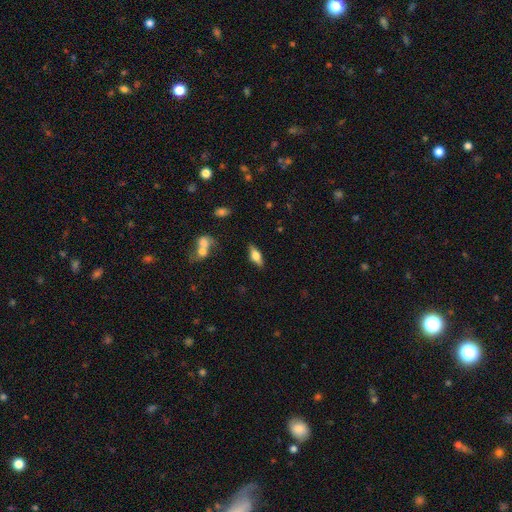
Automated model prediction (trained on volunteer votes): Morphology: type=smooth (49%); merging=none (83%).